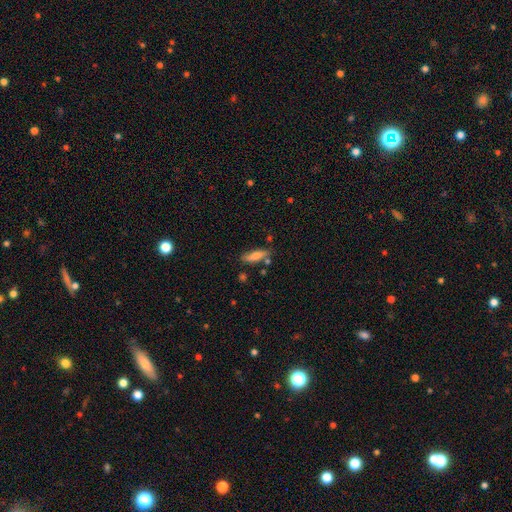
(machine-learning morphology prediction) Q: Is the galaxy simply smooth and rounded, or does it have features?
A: smooth — 69%.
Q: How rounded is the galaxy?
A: cigar-shaped — 54%.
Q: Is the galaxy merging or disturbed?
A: none — 72%.